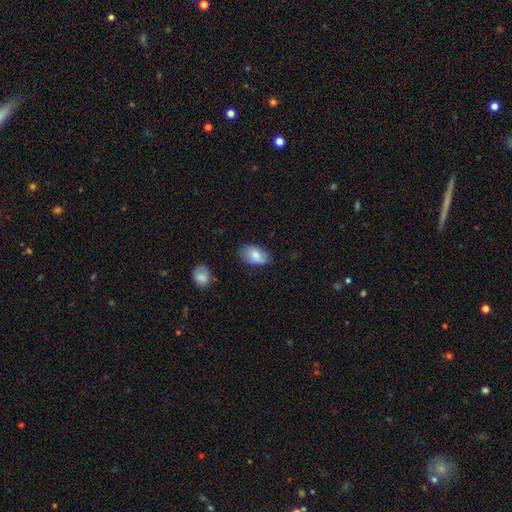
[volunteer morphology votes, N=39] A smooth galaxy with no disk features (64%) that is in between round and cigar-shaped (92%).

Vote fractions:
- Smooth or featured? smooth: 64% / featured or disk: 26% / star or artifact: 10%
- How rounded? in between: 92% / round: 8% / cigar-shaped: 0%
- Merging? none: 49% / minor disturbance: 46% / major disturbance: 3% / merger: 3%